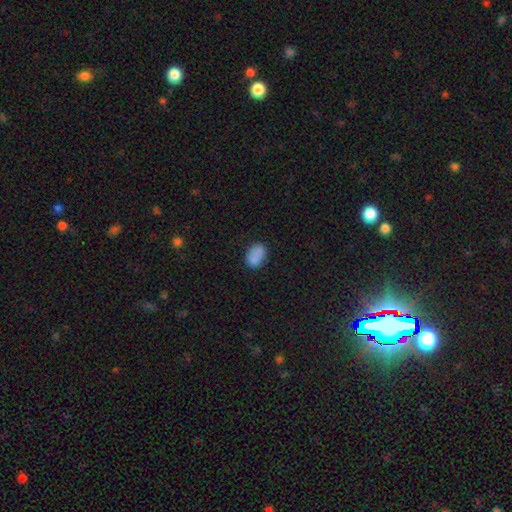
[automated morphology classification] Overall: smooth (84%). How rounded: in between (83%). Merging: none (74%).